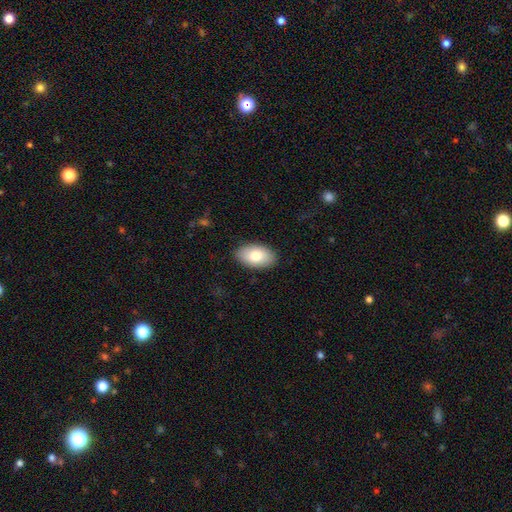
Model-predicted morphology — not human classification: Smooth or featured: smooth — 80% (featured or disk — 14%)
How rounded: in between — 94% (round — 4%)
Merging: none — 88% (minor disturbance — 9%)